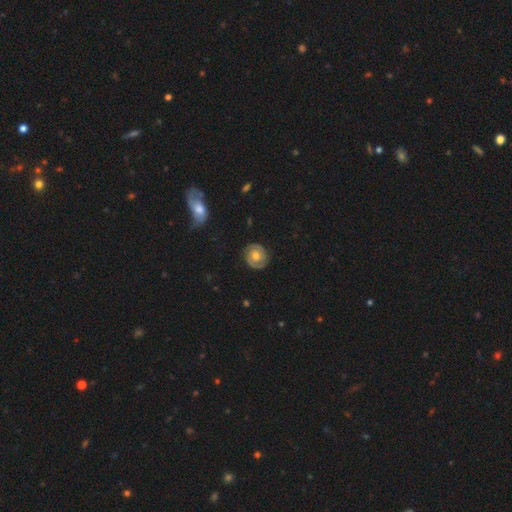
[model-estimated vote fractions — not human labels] A featured or disk galaxy (78%) with no bar (70%), 2 (89%) tight (66%) spiral arms (94%) and a moderate central bulge (69%).

Vote fractions:
- Smooth or featured? featured or disk: 78% / smooth: 16% / star or artifact: 6%
- Edge-on disk? no: 98% / yes: 2%
- Bar? no: 70% / weak: 24% / strong: 5%
- Spiral arms? yes: 94% / no: 6%
- Spiral winding? tight: 66% / medium: 28% / loose: 6%
- Spiral arm count? 2: 89% / can't tell: 5% / 3: 2% / 1: 2% / 4: 1% / more than 4: 1%
- Bulge size? moderate: 69% / small: 23% / large: 5% / none: 2% / dominant: 1%
- Merging? none: 86% / minor disturbance: 10% / major disturbance: 3% / merger: 1%